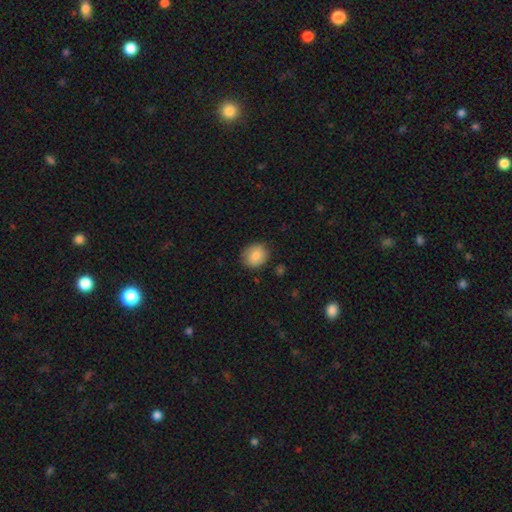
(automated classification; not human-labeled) smooth-or-featured: smooth: 85% | star or artifact: 8% | featured or disk: 8%
  how-rounded: round: 74% | in between: 25% | cigar-shaped: 1%
  merging: none: 84% | minor disturbance: 12% | major disturbance: 3% | merger: 2%